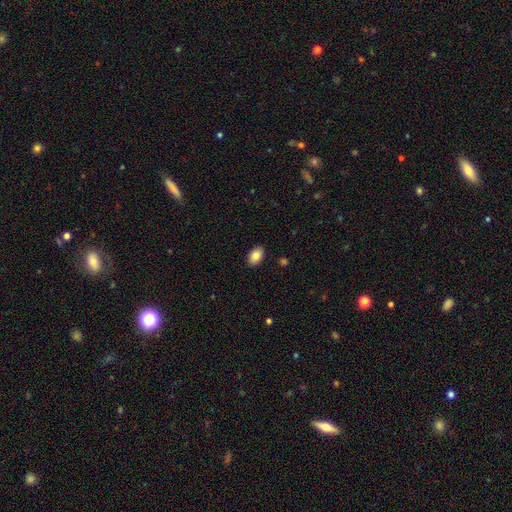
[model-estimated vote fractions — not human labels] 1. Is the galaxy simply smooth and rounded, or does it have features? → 85% smooth, 8% featured or disk, 7% star or artifact.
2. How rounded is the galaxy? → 88% in between, 11% round, 1% cigar-shaped.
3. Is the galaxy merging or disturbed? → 89% none, 8% minor disturbance, 2% major disturbance, 1% merger.